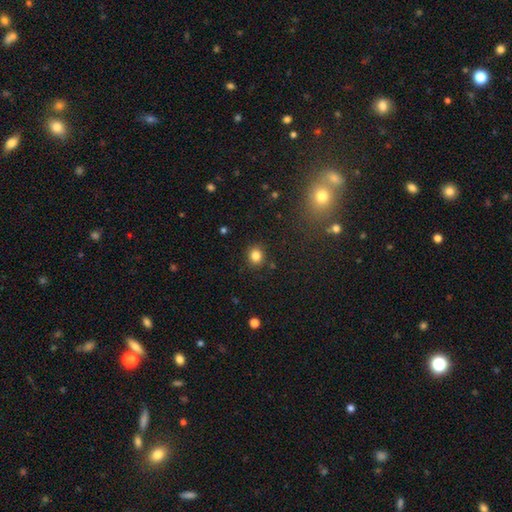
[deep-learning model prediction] Smooth or featured? Predicted: smooth (p=0.83). How rounded? Predicted: round (p=0.77). Merging? Predicted: none (p=0.88).